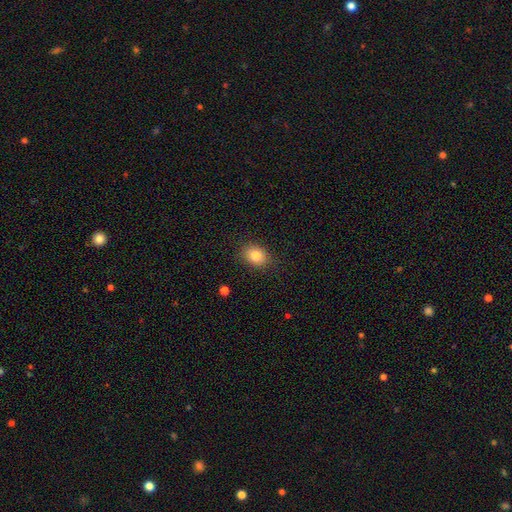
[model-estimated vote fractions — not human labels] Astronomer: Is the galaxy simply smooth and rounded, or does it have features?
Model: smooth — 83%.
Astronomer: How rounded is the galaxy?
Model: in between — 58% (runner-up: round, 41%).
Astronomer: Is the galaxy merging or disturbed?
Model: none — 86%.